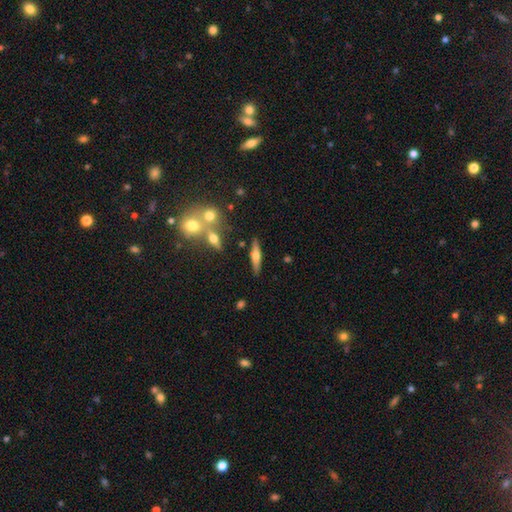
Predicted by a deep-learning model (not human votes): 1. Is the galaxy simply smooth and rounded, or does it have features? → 51% featured or disk, 42% smooth, 7% star or artifact.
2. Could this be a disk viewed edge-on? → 92% yes, 8% no.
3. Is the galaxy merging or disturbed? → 83% none, 9% minor disturbance, 6% merger, 3% major disturbance.